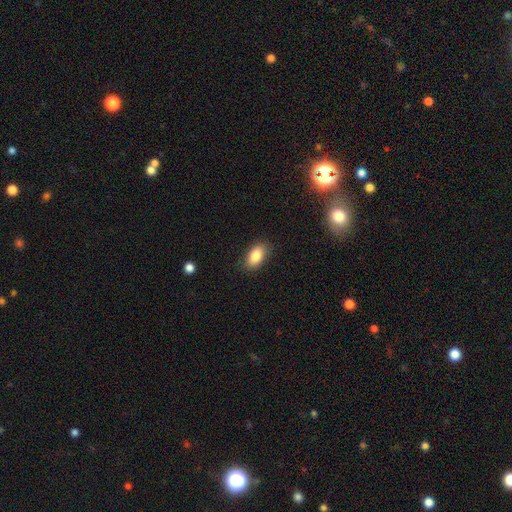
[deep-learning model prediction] Smooth or featured?
  - smooth: 84% *
  - featured or disk: 9%
  - star or artifact: 8%
How rounded?
  - in between: 90% *
  - round: 7%
  - cigar-shaped: 3%
Merging?
  - none: 86% *
  - minor disturbance: 11%
  - major disturbance: 3%
  - merger: 1%